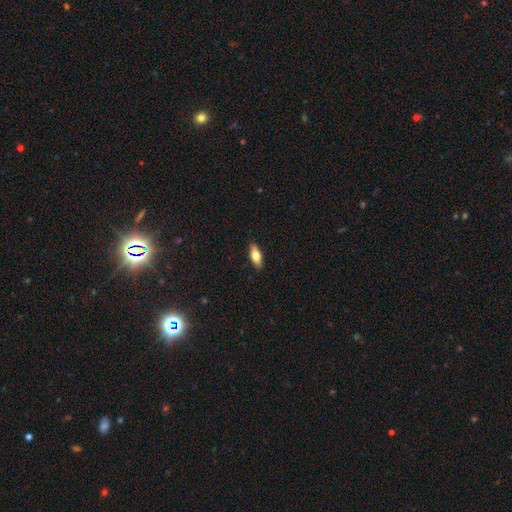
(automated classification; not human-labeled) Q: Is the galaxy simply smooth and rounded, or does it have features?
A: smooth — 72%.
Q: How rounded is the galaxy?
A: in between — 74%.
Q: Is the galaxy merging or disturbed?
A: none — 89%.